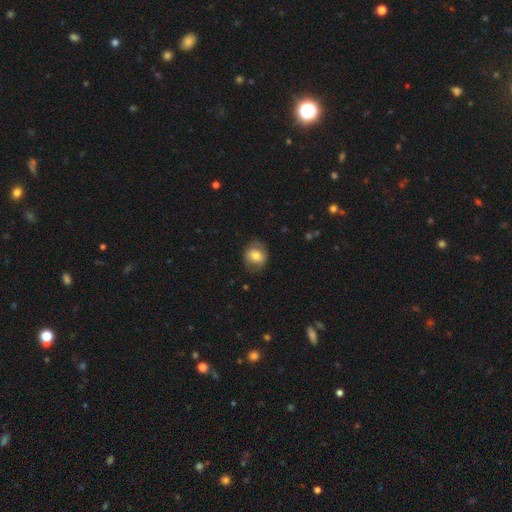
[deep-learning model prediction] smooth-or-featured: smooth: 68% | featured or disk: 24% | star or artifact: 8%
  how-rounded: round: 65% | in between: 34% | cigar-shaped: 1%
  merging: none: 74% | minor disturbance: 17% | major disturbance: 7% | merger: 1%